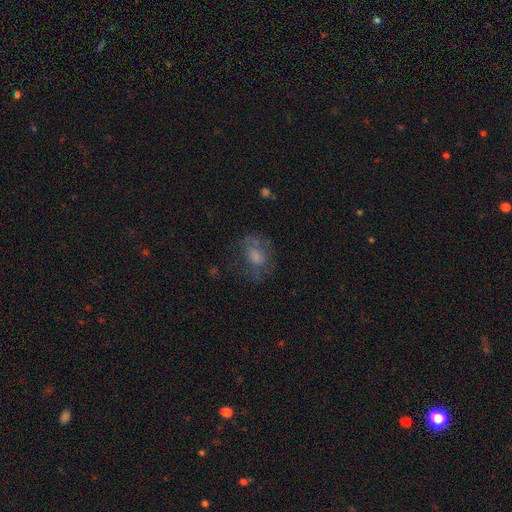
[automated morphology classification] Smooth or featured?
  - smooth: 54% *
  - featured or disk: 32%
  - star or artifact: 14%
How rounded?
  - in between: 60% *
  - round: 38%
  - cigar-shaped: 2%
Merging?
  - none: 50% *
  - major disturbance: 26%
  - minor disturbance: 22%
  - merger: 2%